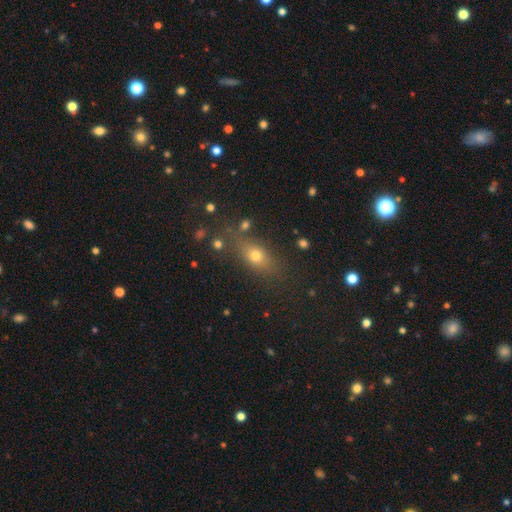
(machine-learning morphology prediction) The model was most divided on "how rounded": in between: 58%, round: 24%, cigar-shaped: 18%. More confident: merging — none (72%); smooth or featured — smooth (65%).